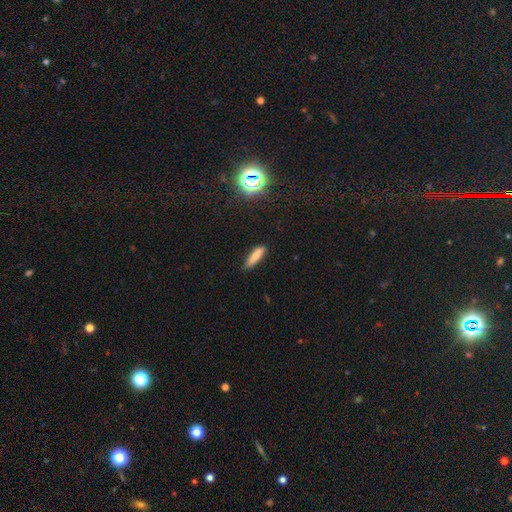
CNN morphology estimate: The model was most divided on "how rounded": cigar-shaped: 73%, in between: 25%, round: 2%. More confident: smooth or featured — smooth (77%); merging — none (73%).